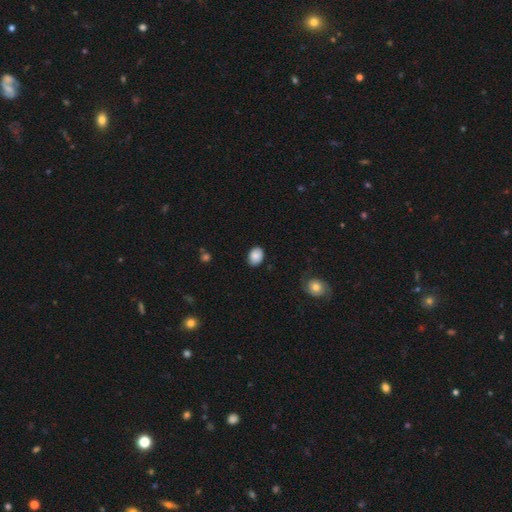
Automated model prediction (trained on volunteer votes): A smooth galaxy with no disk features (87%) that is in between round and cigar-shaped (75%). Merging: none (83%).